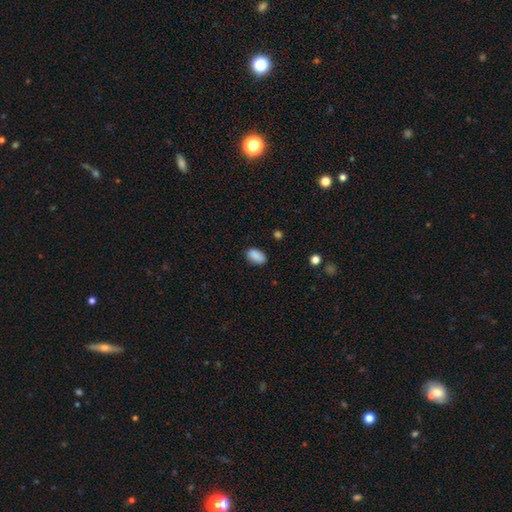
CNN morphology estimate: Smooth or featured? Predicted: smooth (p=0.89). How rounded? Predicted: in between (p=0.92). Merging? Predicted: none (p=0.83).